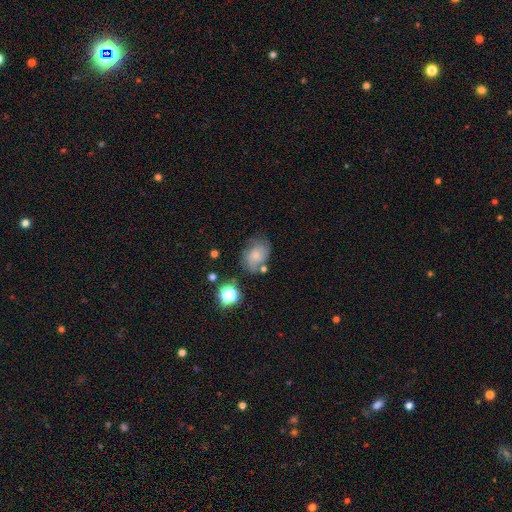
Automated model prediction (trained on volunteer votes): smooth 53%, featured or disk 34%, star or artifact 13%. Down the decision tree: how rounded — in between (65%); merging — none (55%).